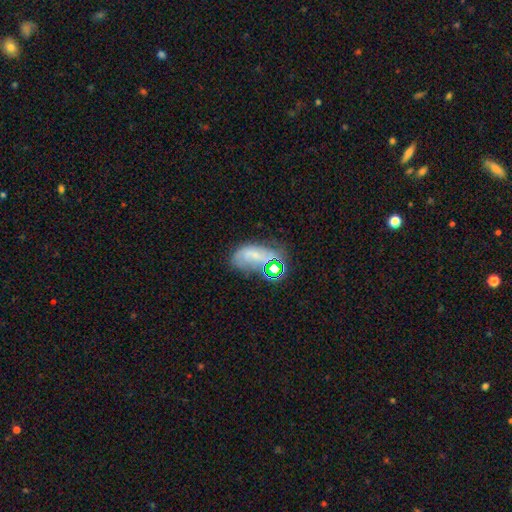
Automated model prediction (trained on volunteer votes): This appears to be a smooth galaxy with no disk features (42%). Merging: none (35%).